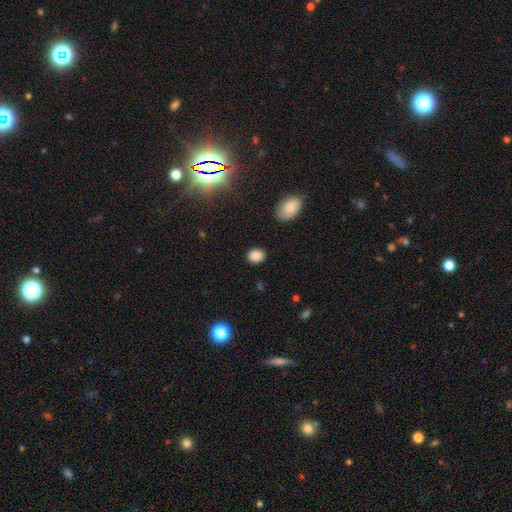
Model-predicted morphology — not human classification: This appears to be a smooth galaxy with no disk features (86%) that is in between round and cigar-shaped (54%). Merging: none (88%).